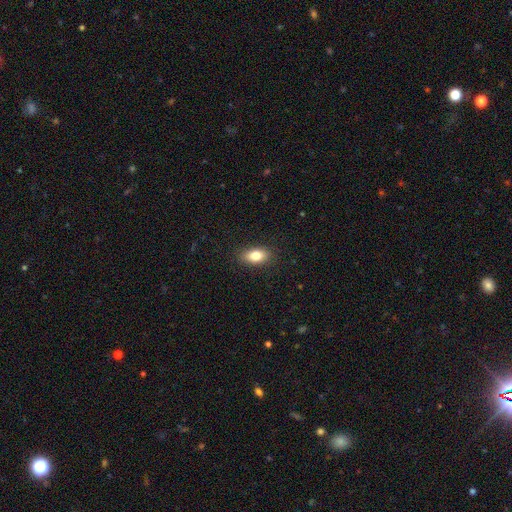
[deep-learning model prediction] smooth_or_featured: smooth (p=0.81) [alt: featured or disk p=0.11]
how_rounded: in between (p=0.87) [alt: round p=0.08]
merging: none (p=0.88) [alt: minor disturbance p=0.09]